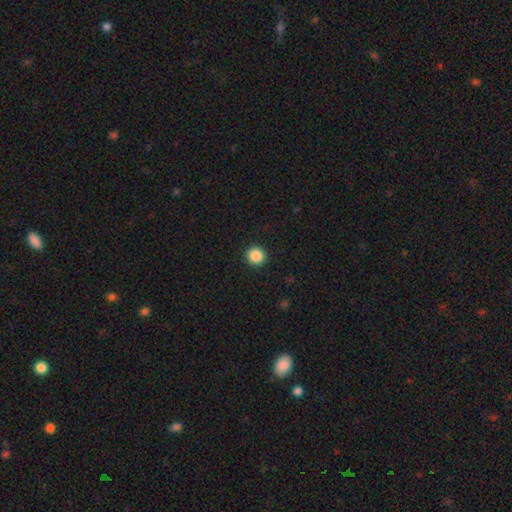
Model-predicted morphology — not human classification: Overall: smooth (87%). How rounded: round (94%). Merging: none (93%).